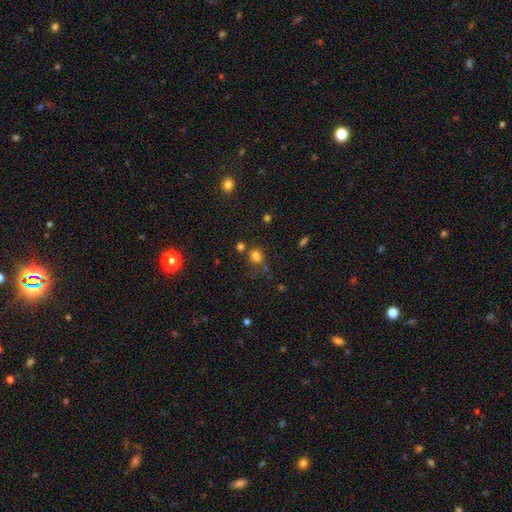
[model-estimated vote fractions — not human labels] A smooth galaxy with no disk features (70%) that is round (55%). Merging: none (50%).